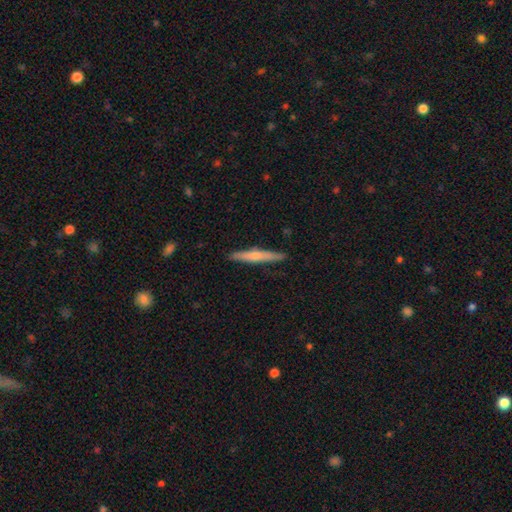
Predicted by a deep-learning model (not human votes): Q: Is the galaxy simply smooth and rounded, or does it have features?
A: smooth — 49%.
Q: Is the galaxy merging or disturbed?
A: none — 90%.